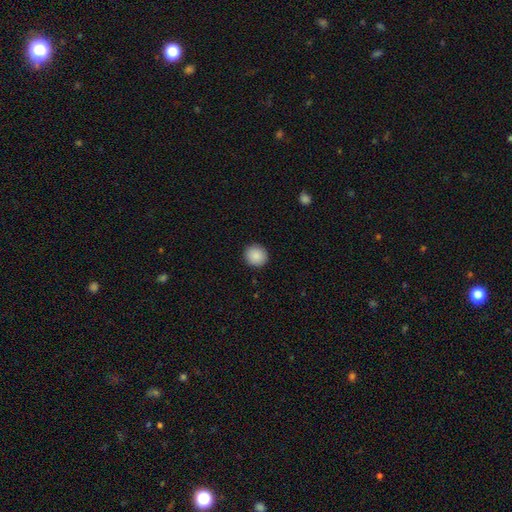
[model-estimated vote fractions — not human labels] Smooth or featured: smooth — 89% (star or artifact — 8%)
How rounded: round — 92% (in between — 7%)
Merging: none — 92% (minor disturbance — 5%)